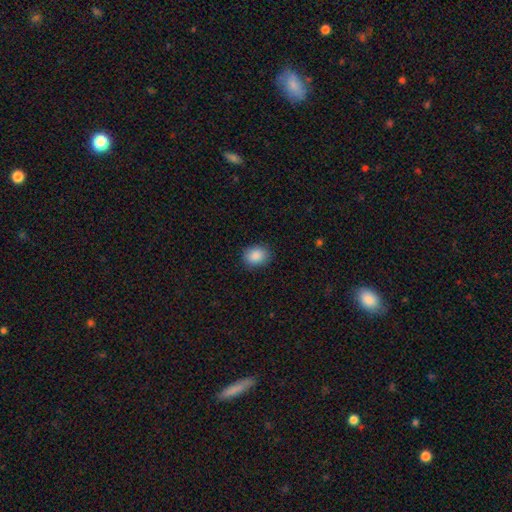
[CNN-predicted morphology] Smooth or featured? smooth (88%)
How rounded? in between (50%)
Merging? none (87%)